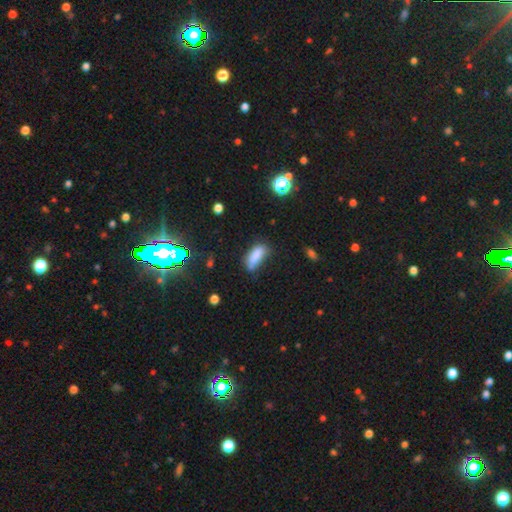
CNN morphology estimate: Smooth or featured? Predicted: smooth (p=0.82). How rounded? Predicted: in between (p=0.69). Merging? Predicted: none (p=0.53).